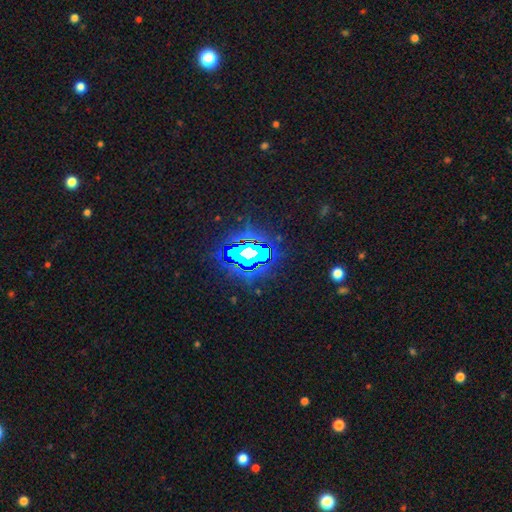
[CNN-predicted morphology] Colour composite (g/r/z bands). It shows a star or artifact, not a galaxy (77%).